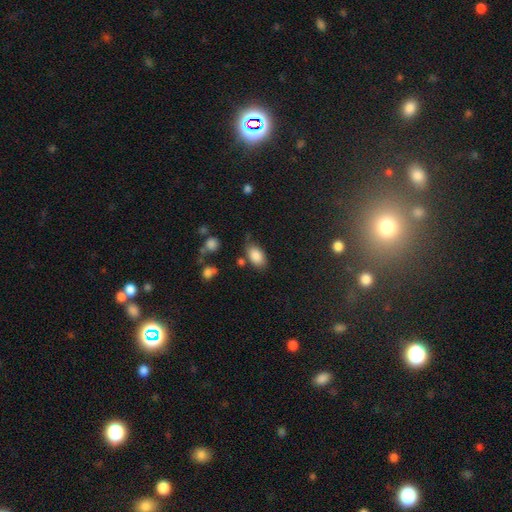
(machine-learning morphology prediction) Q: Smooth or featured?
A: smooth (85%); runner-up: star or artifact (8%)
Q: How rounded?
A: in between (91%); runner-up: round (7%)
Q: Merging?
A: none (68%); runner-up: minor disturbance (21%)